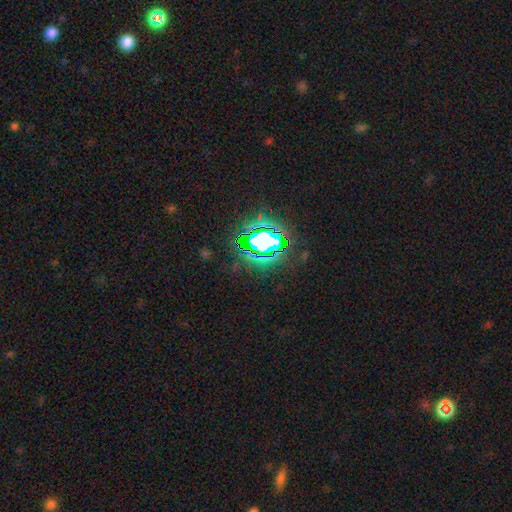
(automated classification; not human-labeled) smooth_or_featured: star or artifact (p=0.79) [alt: smooth p=0.13]